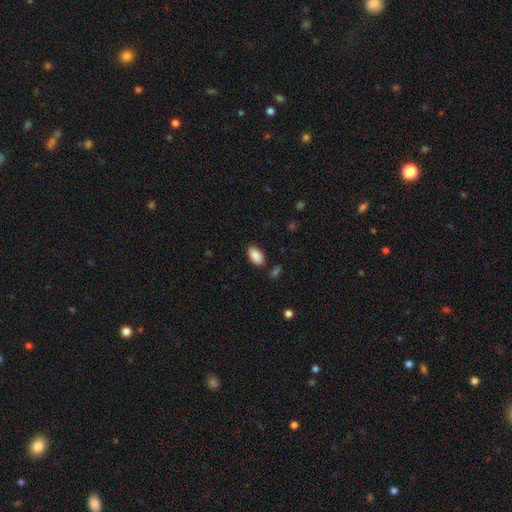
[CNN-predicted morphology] The model was most divided on "merging": none: 84%, minor disturbance: 11%, merger: 3%, major disturbance: 3%. More confident: how rounded — in between (94%); smooth or featured — smooth (90%).